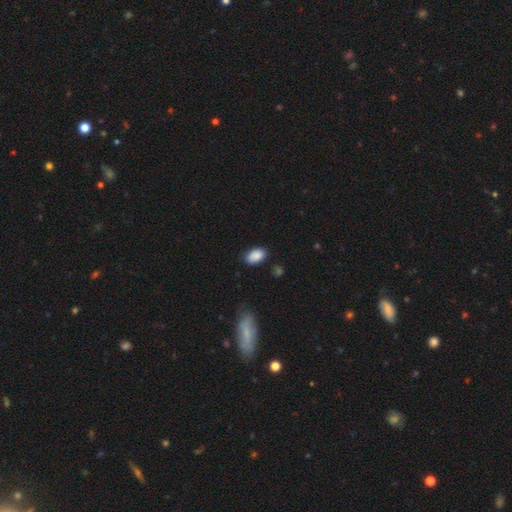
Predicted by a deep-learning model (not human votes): A smooth galaxy with no disk features (88%) that is in between round and cigar-shaped (92%).

Vote fractions:
- Smooth or featured? smooth: 88% / star or artifact: 7% / featured or disk: 4%
- How rounded? in between: 92% / round: 7% / cigar-shaped: 1%
- Merging? none: 81% / minor disturbance: 14% / major disturbance: 3% / merger: 2%